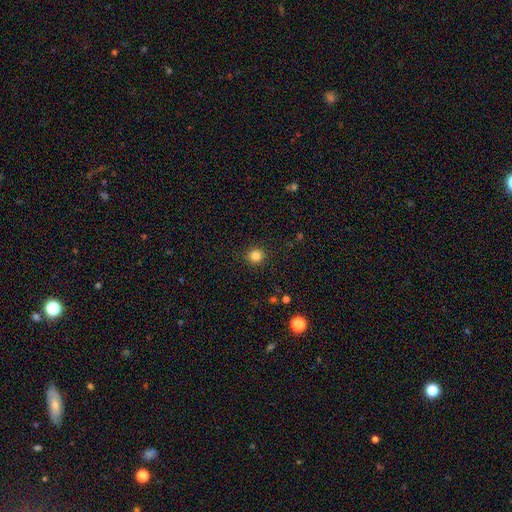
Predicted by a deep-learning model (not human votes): Q: Smooth or featured?
A: smooth (84%); runner-up: star or artifact (12%)
Q: How rounded?
A: round (93%); runner-up: in between (6%)
Q: Merging?
A: none (92%); runner-up: minor disturbance (5%)